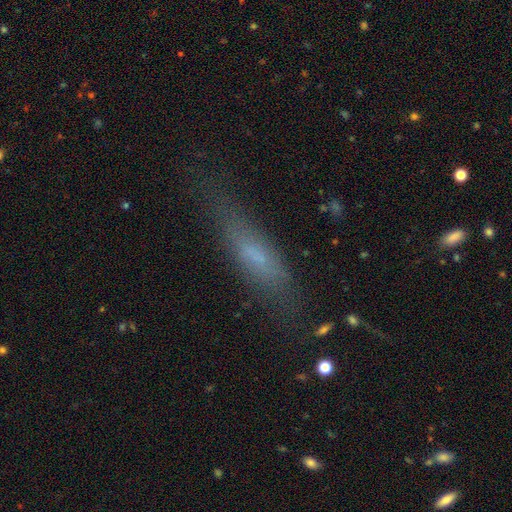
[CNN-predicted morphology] smooth-or-featured: smooth: 55% | featured or disk: 33% | star or artifact: 12%
  how-rounded: cigar-shaped: 76% | in between: 22% | round: 2%
  merging: none: 72% | minor disturbance: 18% | major disturbance: 7% | merger: 2%